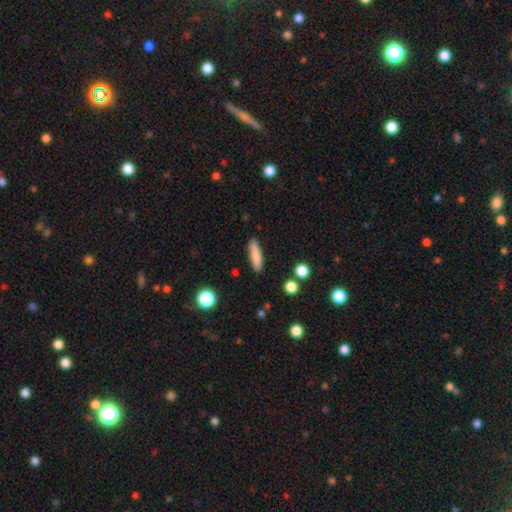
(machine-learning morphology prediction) Smooth or featured? smooth (83%)
How rounded? cigar-shaped (78%)
Merging? none (88%)